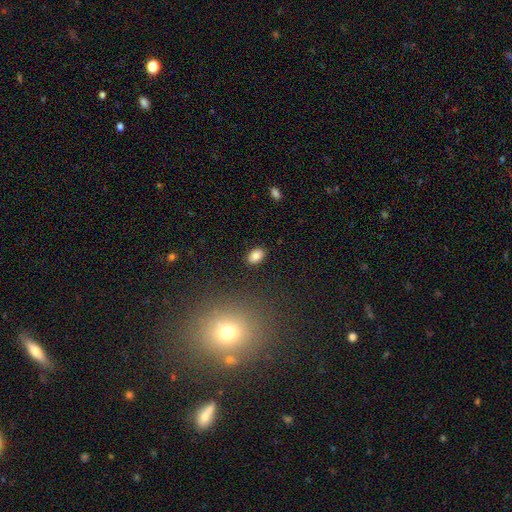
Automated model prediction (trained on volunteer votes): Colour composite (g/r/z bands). It shows a smooth galaxy with no disk features (84%) that is in between round and cigar-shaped (85%). Merging: none (87%).